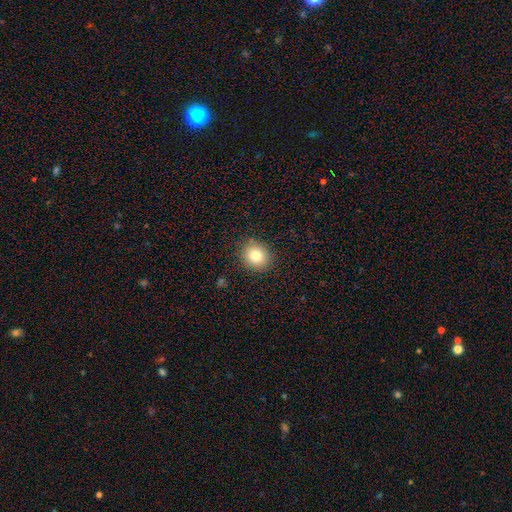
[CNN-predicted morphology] smooth-or-featured: smooth: 81% | star or artifact: 10% | featured or disk: 8%
  how-rounded: round: 75% | in between: 24% | cigar-shaped: 1%
  merging: none: 89% | minor disturbance: 8% | major disturbance: 2% | merger: 1%